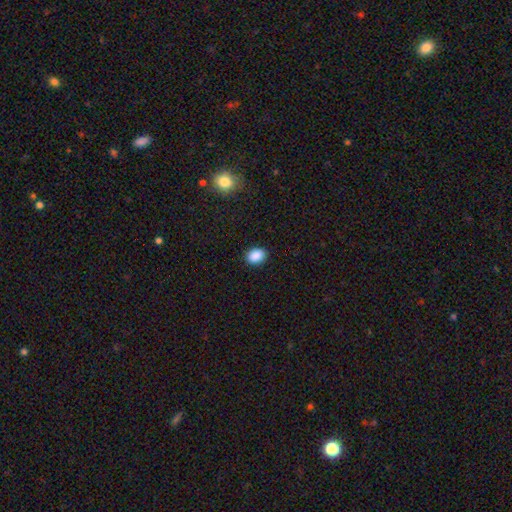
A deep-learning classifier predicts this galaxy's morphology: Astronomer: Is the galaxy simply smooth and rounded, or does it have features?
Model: smooth — 89%.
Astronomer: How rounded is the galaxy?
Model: in between — 71%.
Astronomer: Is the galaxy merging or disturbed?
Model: none — 90%.